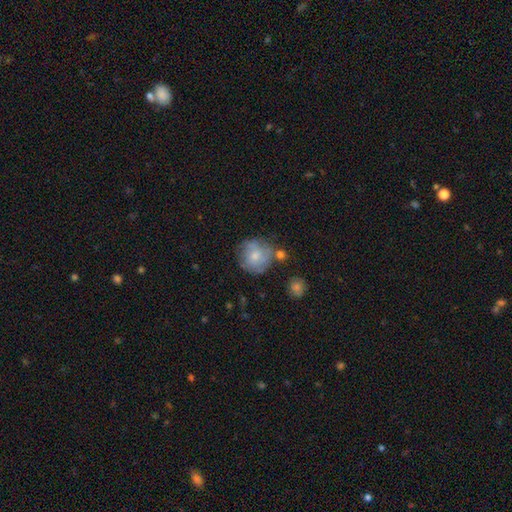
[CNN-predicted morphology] smooth_or_featured: smooth (p=0.47) [alt: featured or disk p=0.45]
merging: none (p=0.62) [alt: minor disturbance p=0.20]